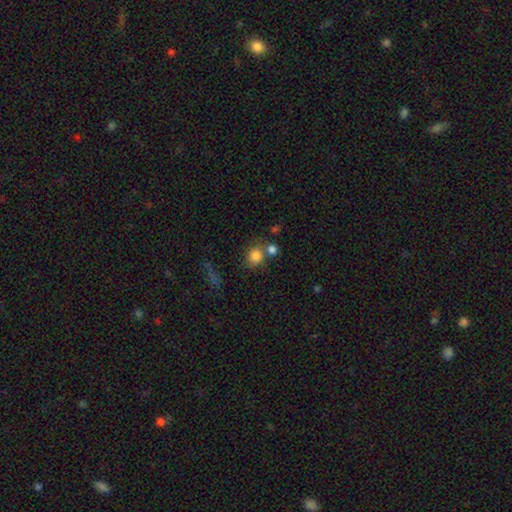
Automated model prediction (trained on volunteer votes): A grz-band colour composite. It shows a smooth galaxy with no disk features (83%) that is round (77%). Merging: none (58%).